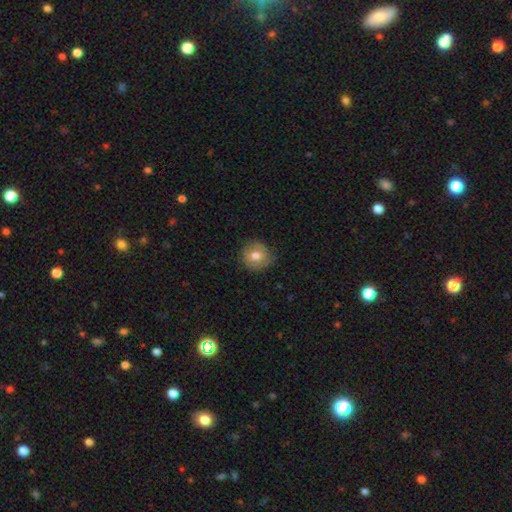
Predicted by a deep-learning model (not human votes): Smooth or featured?
  - smooth: 72% *
  - featured or disk: 19%
  - star or artifact: 9%
How rounded?
  - round: 91% *
  - in between: 8%
  - cigar-shaped: 1%
Merging?
  - none: 80% *
  - minor disturbance: 16%
  - major disturbance: 3%
  - merger: 1%